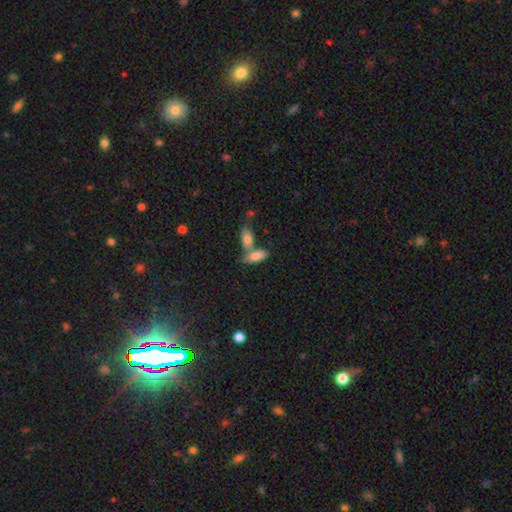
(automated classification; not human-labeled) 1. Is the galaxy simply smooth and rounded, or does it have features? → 82% smooth, 11% featured or disk, 7% star or artifact.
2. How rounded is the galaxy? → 85% in between, 12% cigar-shaped, 3% round.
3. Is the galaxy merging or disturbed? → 51% merger, 35% none, 10% minor disturbance, 4% major disturbance.